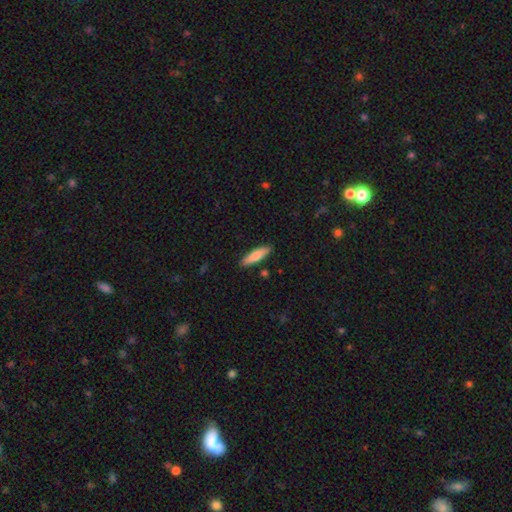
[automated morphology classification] Smooth or featured? smooth (77%)
How rounded? cigar-shaped (70%)
Merging? none (87%)